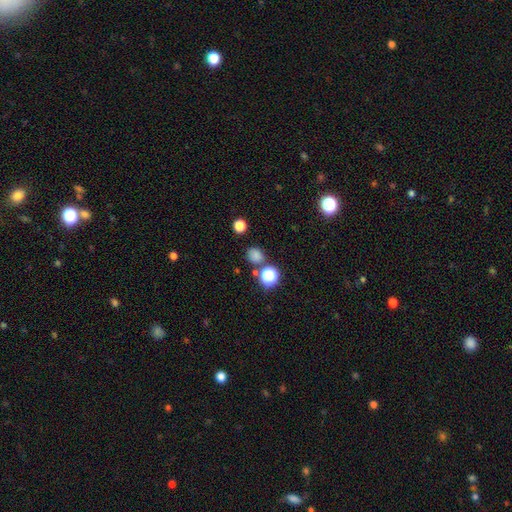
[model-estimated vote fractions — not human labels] smooth-or-featured: smooth: 74% | star or artifact: 21% | featured or disk: 5%
  how-rounded: round: 75% | in between: 24% | cigar-shaped: 1%
  merging: none: 76% | merger: 11% | minor disturbance: 10% | major disturbance: 3%